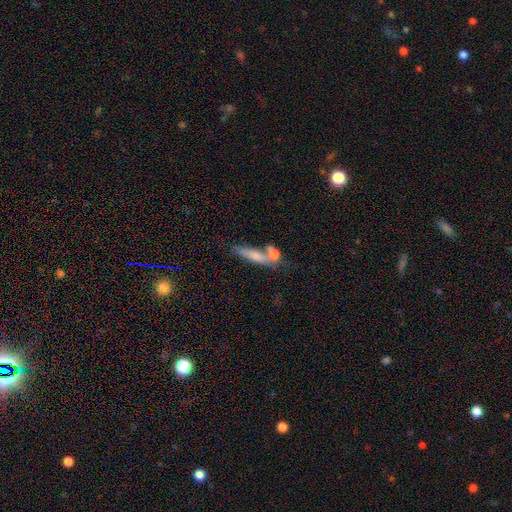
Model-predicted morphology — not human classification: Q: Smooth or featured?
A: smooth (64%); runner-up: featured or disk (28%)
Q: How rounded?
A: cigar-shaped (64%); runner-up: in between (28%)
Q: Merging?
A: none (43%); runner-up: merger (35%)